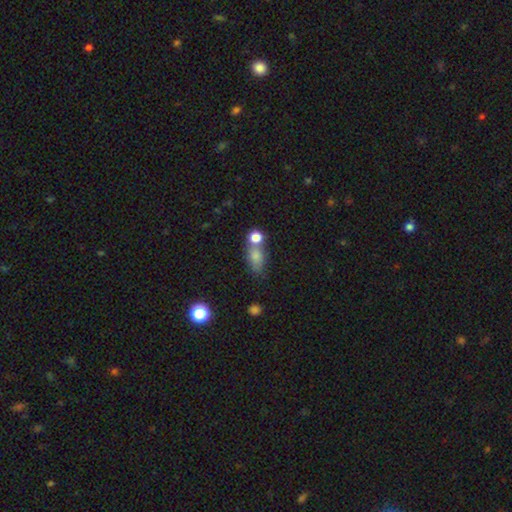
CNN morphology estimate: Smooth or featured? Predicted: smooth (p=0.75). How rounded? Predicted: in between (p=0.71). Merging? Predicted: none (p=0.46).